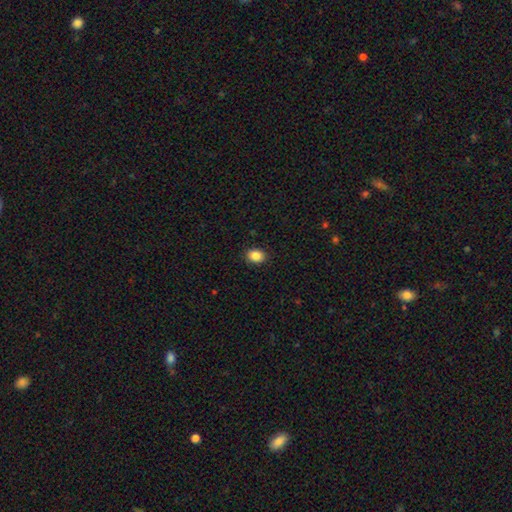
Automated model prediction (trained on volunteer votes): smooth 87%, star or artifact 9%, featured or disk 4%. Down the decision tree: how rounded — in between (55%); merging — none (90%).